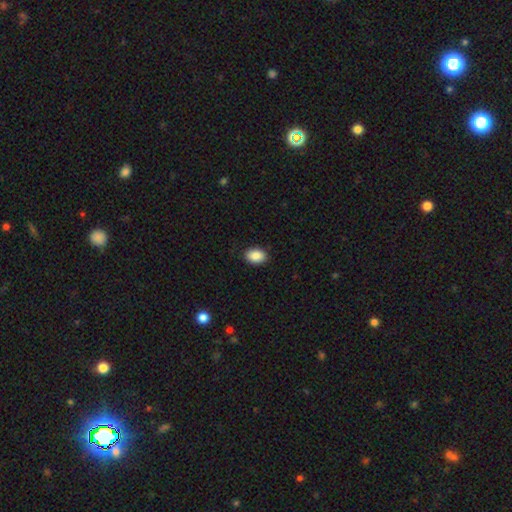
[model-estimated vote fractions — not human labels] Morphology: type=smooth (88%); roundness=in between (78%); merging=none (88%).